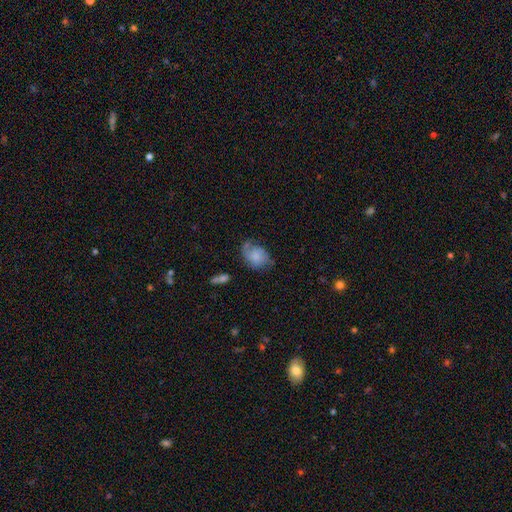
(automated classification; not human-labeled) Q: Smooth or featured?
A: smooth (64%); runner-up: featured or disk (28%)
Q: How rounded?
A: in between (65%); runner-up: round (34%)
Q: Merging?
A: none (48%); runner-up: minor disturbance (33%)